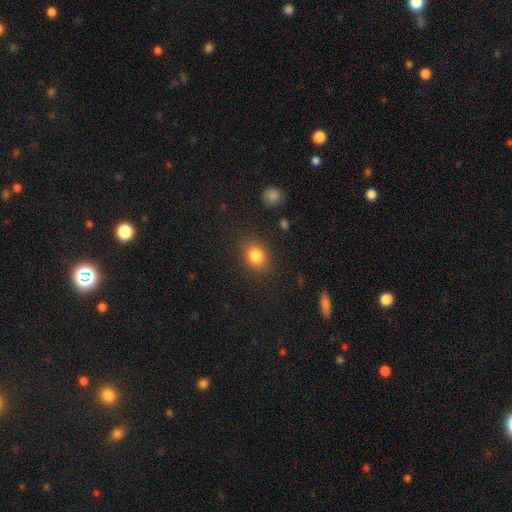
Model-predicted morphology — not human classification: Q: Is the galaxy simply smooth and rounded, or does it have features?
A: smooth — 83%.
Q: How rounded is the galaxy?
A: round — 50%.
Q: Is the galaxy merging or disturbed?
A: none — 85%.